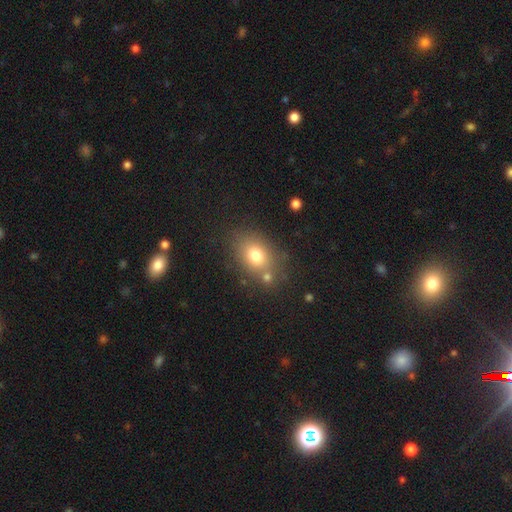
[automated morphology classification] type=smooth (75%); roundness=in between (69%); merging=none (70%).